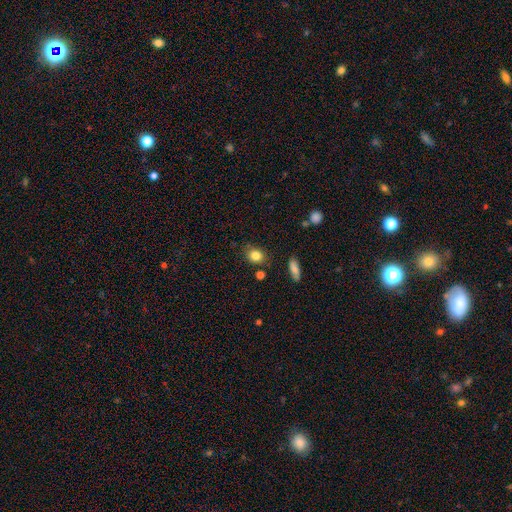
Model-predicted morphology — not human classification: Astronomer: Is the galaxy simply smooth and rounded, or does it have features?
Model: smooth — 83%.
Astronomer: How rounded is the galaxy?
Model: round — 51% (runner-up: in between, 47%).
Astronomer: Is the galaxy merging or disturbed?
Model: none — 78%.